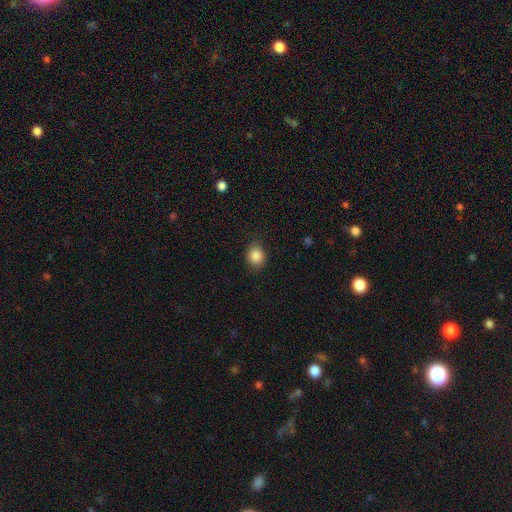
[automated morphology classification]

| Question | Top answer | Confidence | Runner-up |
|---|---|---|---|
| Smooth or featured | smooth | 87% | star or artifact (9%) |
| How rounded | round | 64% | in between (35%) |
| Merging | none | 83% | minor disturbance (13%) |